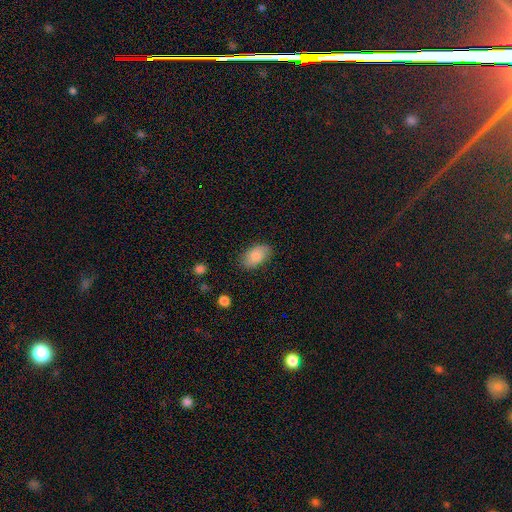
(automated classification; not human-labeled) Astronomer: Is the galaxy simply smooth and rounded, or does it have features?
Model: smooth — 82%.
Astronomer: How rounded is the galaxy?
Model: in between — 93%.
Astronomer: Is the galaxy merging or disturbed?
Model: none — 82%.